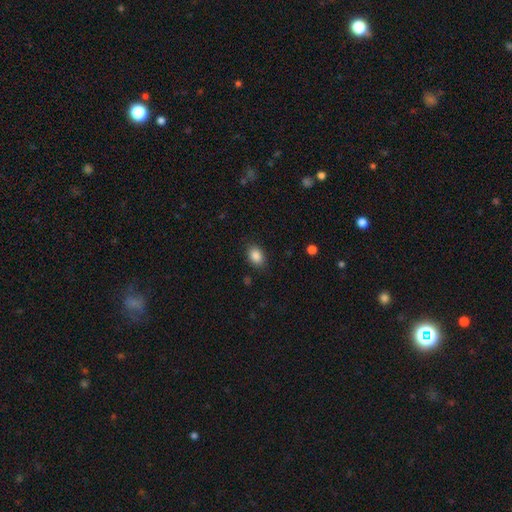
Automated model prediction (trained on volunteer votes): A smooth galaxy with no disk features (87%) that is in between round and cigar-shaped (77%). Merging: none (86%).